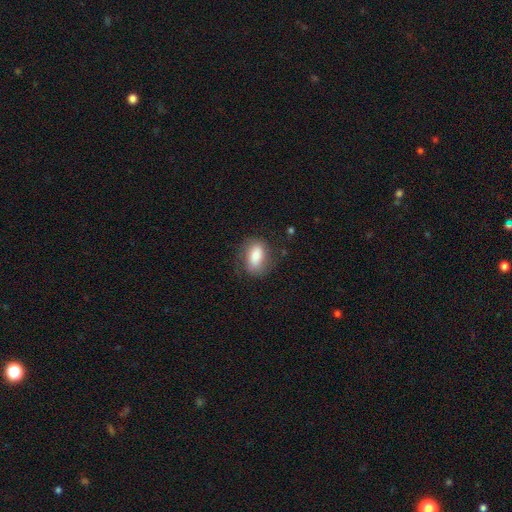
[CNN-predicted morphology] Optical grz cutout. It shows a smooth galaxy with no disk features (77%) that is in between round and cigar-shaped (85%). Merging: none (70%).